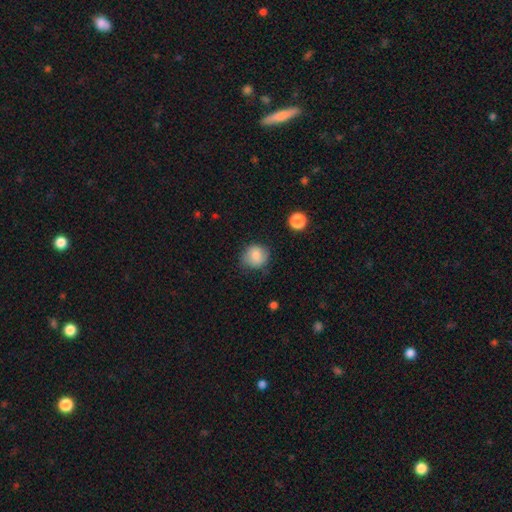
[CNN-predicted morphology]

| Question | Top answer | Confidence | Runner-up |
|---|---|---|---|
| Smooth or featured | smooth | 82% | featured or disk (9%) |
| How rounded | round | 79% | in between (20%) |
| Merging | none | 69% | minor disturbance (23%) |